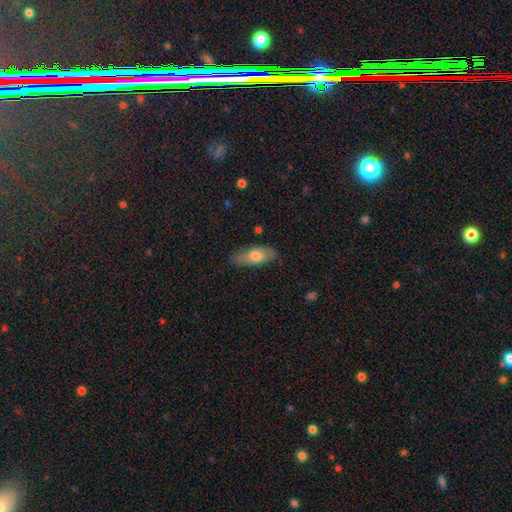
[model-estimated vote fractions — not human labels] This appears to be a smooth galaxy with no disk features (69%) that is in between round and cigar-shaped (80%). Merging: none (78%).